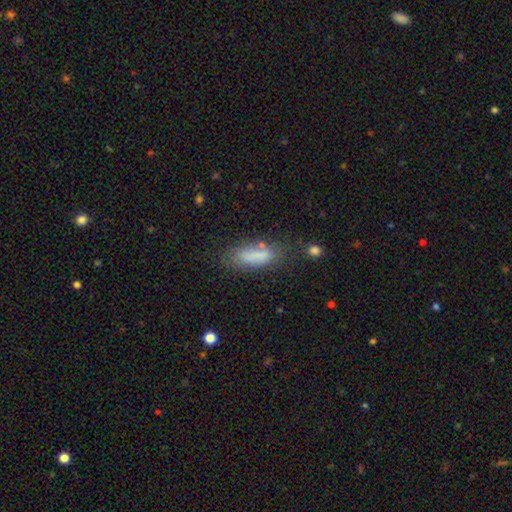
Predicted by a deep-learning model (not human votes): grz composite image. It shows a smooth galaxy with no disk features (77%) that is in between round and cigar-shaped (60%). Merging: none (64%).